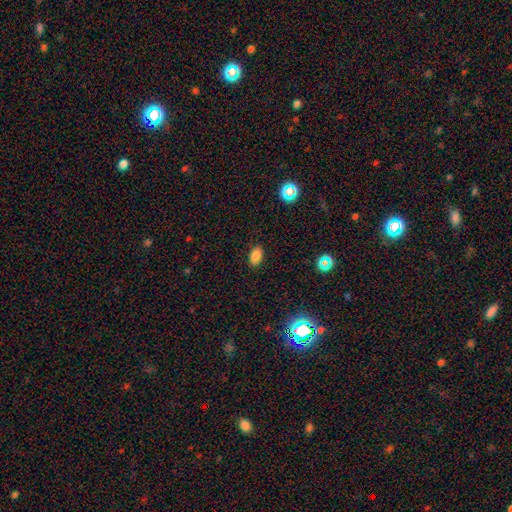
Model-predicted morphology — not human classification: Smooth or featured?
  - smooth: 83% *
  - star or artifact: 12%
  - featured or disk: 5%
How rounded?
  - in between: 90% *
  - round: 9%
  - cigar-shaped: 2%
Merging?
  - none: 87% *
  - minor disturbance: 9%
  - major disturbance: 3%
  - merger: 1%